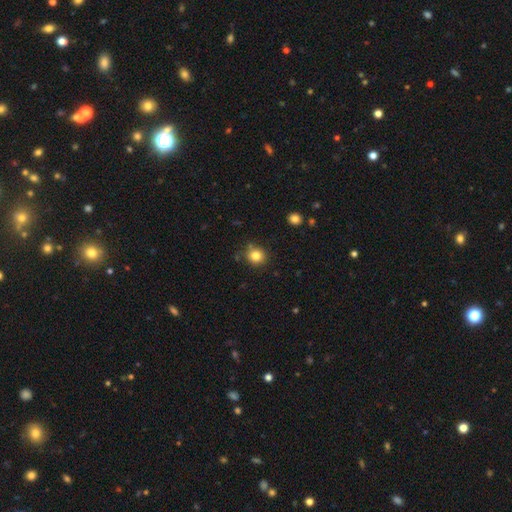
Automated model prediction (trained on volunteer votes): This appears to be a smooth galaxy with no disk features (82%) that is round (87%). Merging: none (82%).